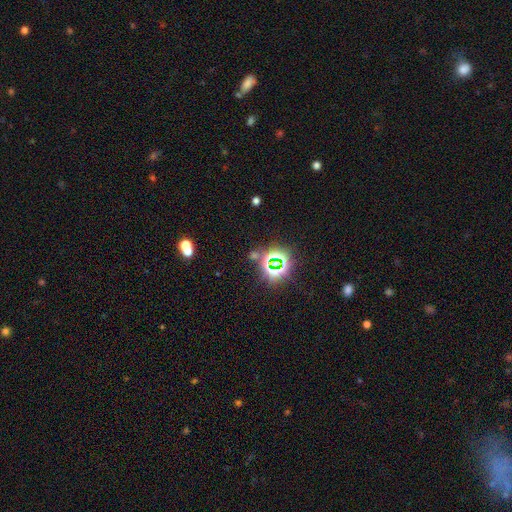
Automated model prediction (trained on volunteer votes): Smooth or featured: star or artifact — 73% (smooth — 18%)